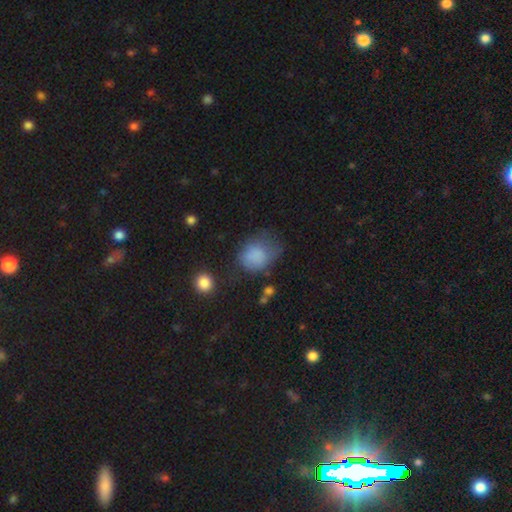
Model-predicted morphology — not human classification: smooth-or-featured: smooth: 77% | featured or disk: 12% | star or artifact: 11%
  how-rounded: round: 51% | in between: 48% | cigar-shaped: 1%
  merging: none: 39% | minor disturbance: 32% | major disturbance: 25% | merger: 4%